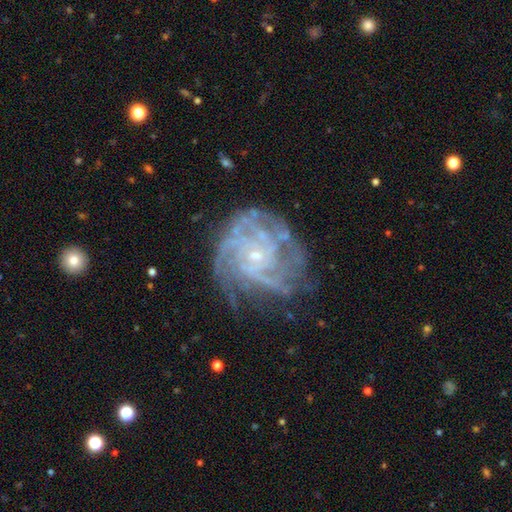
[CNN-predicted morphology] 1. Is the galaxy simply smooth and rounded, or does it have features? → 88% featured or disk, 7% star or artifact, 5% smooth.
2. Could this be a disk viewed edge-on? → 98% no, 2% yes.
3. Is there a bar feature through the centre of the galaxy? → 73% no, 22% weak, 5% strong.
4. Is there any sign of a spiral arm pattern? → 96% yes, 4% no.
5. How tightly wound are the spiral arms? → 64% tight, 30% medium, 6% loose.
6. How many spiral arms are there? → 26% can't tell, 21% 4, 19% 3, 13% 2, 12% more than 4, 7% 1.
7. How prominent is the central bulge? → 83% small, 13% moderate, 2% none, 1% large, 1% dominant.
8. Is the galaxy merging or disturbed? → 62% none, 22% minor disturbance, 14% major disturbance, 2% merger.